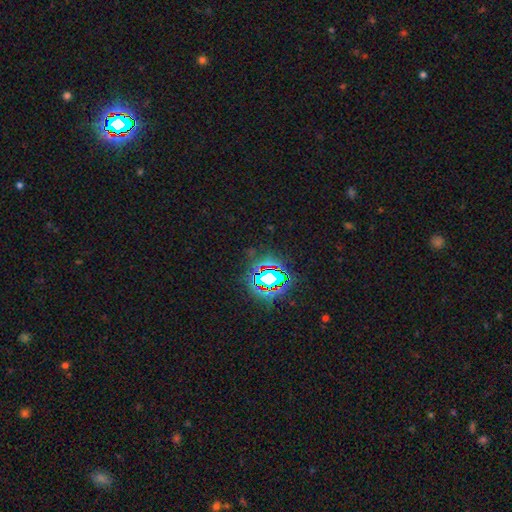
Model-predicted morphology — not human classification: Smooth or featured: star or artifact — 80% (smooth — 12%)